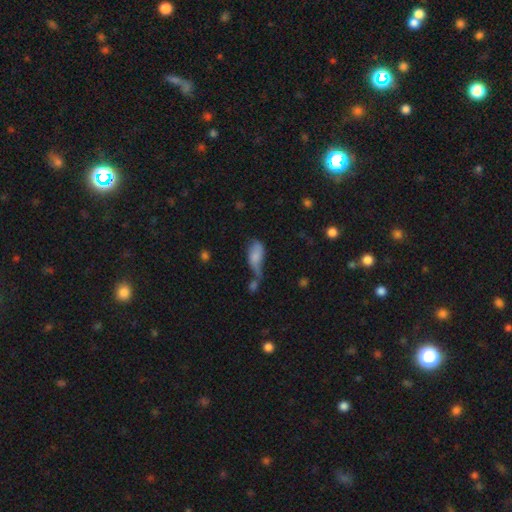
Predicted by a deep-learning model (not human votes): Q: Smooth or featured?
A: smooth (73%); runner-up: featured or disk (17%)
Q: How rounded?
A: in between (87%); runner-up: cigar-shaped (9%)
Q: Merging?
A: merger (34%); runner-up: major disturbance (23%)